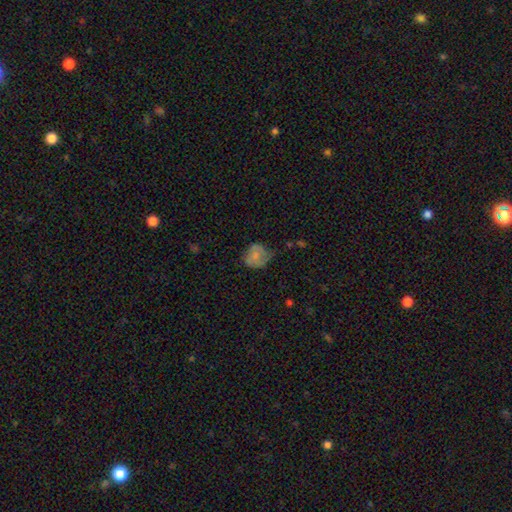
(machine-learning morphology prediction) smooth 64%, featured or disk 27%, star or artifact 9%. Down the decision tree: how rounded — round (66%); merging — none (48%).